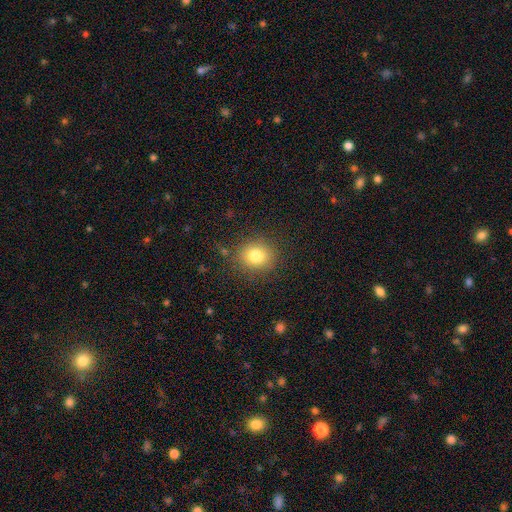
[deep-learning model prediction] A smooth galaxy with no disk features (80%) that is round (76%).

Vote fractions:
- Smooth or featured? smooth: 80% / star or artifact: 11% / featured or disk: 9%
- How rounded? round: 76% / in between: 23% / cigar-shaped: 1%
- Merging? none: 86% / minor disturbance: 9% / major disturbance: 3% / merger: 2%